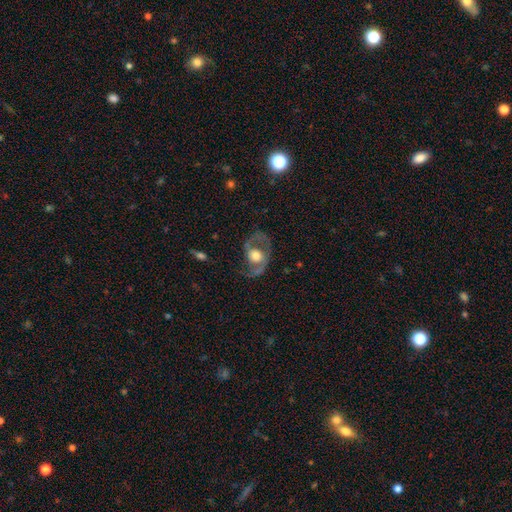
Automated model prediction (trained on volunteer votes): smooth-or-featured: featured or disk: 69% | smooth: 24% | star or artifact: 6%
  disk-edge-on: no: 96% | yes: 4%
    bar: no: 73% | weak: 21% | strong: 6%
    has-spiral-arms: yes: 71% | no: 29%
    bulge-size: moderate: 45% | large: 41% | small: 6% | dominant: 5% | none: 2%
  merging: none: 54% | major disturbance: 26% | minor disturbance: 18% | merger: 2%